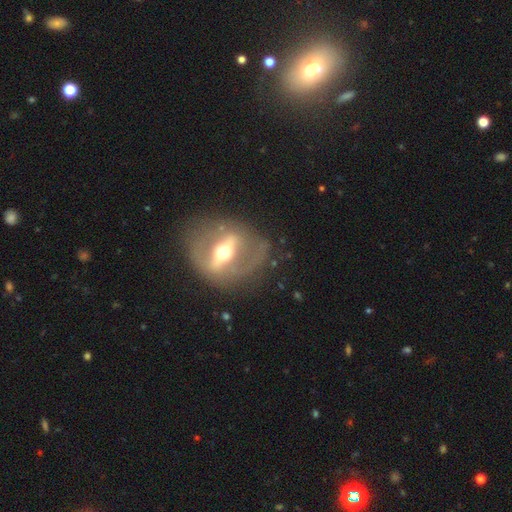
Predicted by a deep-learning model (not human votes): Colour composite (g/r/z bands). It shows a featured or disk galaxy (79%) with a strong bar (75%), no spiral arms (70%) and a moderate central bulge (69%). Merging: none (73%).